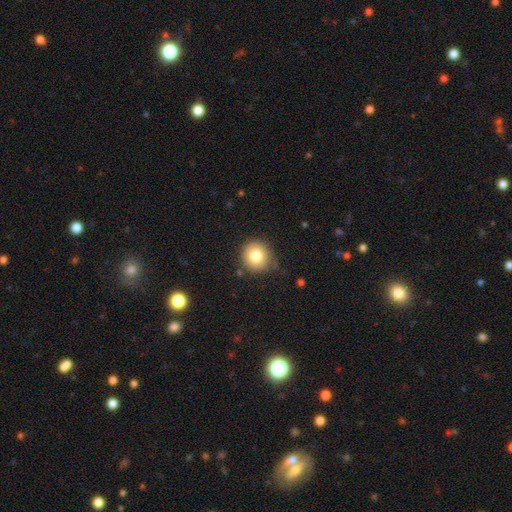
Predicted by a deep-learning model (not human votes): A smooth galaxy with no disk features (79%) that is round (91%).

Vote fractions:
- Smooth or featured? smooth: 79% / featured or disk: 11% / star or artifact: 10%
- How rounded? round: 91% / in between: 8% / cigar-shaped: 1%
- Merging? none: 81% / minor disturbance: 13% / major disturbance: 3% / merger: 2%